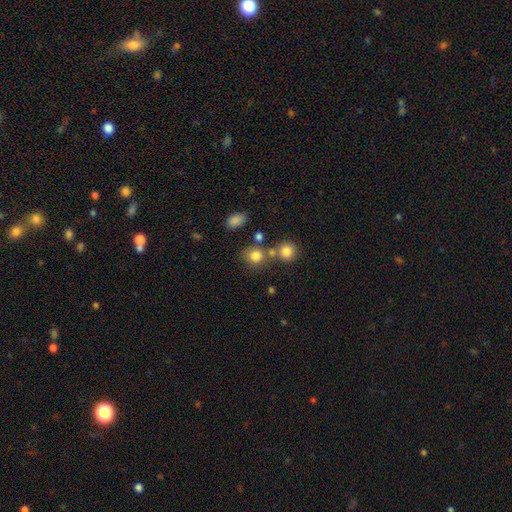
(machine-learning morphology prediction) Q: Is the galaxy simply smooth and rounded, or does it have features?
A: smooth — 80%.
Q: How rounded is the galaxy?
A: round — 81%.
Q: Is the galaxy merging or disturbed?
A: none — 63%.